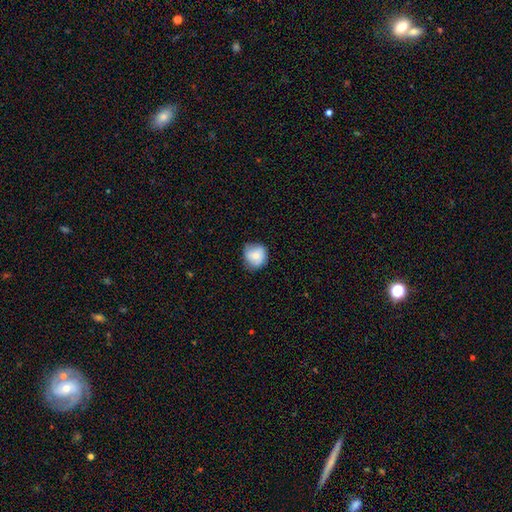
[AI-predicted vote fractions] Q: Smooth or featured?
A: smooth (72%); runner-up: featured or disk (20%)
Q: How rounded?
A: round (88%); runner-up: in between (11%)
Q: Merging?
A: none (74%); runner-up: minor disturbance (21%)